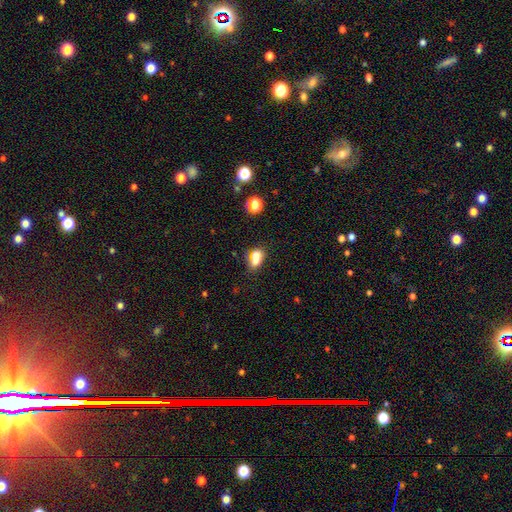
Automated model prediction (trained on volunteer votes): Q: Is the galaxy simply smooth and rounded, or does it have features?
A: smooth — 74%.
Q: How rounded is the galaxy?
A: in between — 77%.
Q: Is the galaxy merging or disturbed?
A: none — 46%.